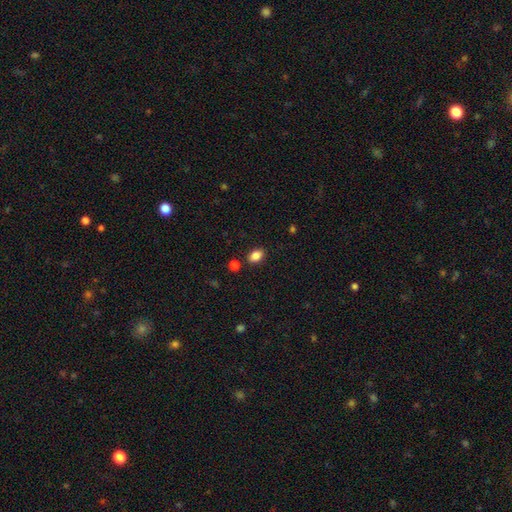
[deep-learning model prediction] Smooth or featured?
  - smooth: 86% *
  - star or artifact: 10%
  - featured or disk: 4%
How rounded?
  - in between: 81% *
  - round: 18%
  - cigar-shaped: 1%
Merging?
  - none: 84% *
  - minor disturbance: 9%
  - merger: 4%
  - major disturbance: 2%